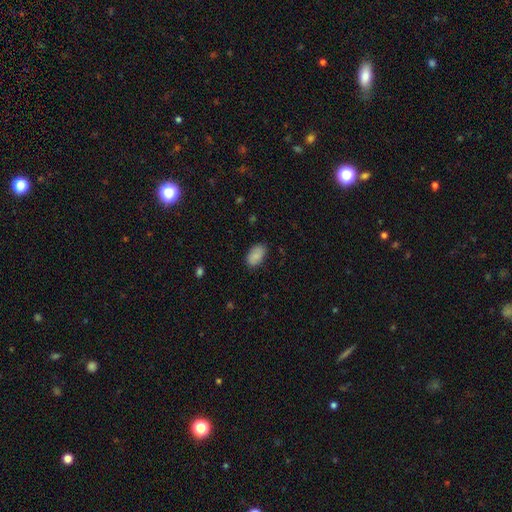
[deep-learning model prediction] A smooth galaxy with no disk features (87%) that is in between round and cigar-shaped (93%).

Vote fractions:
- Smooth or featured? smooth: 87% / star or artifact: 7% / featured or disk: 6%
- How rounded? in between: 93% / round: 5% / cigar-shaped: 2%
- Merging? none: 78% / minor disturbance: 17% / major disturbance: 3% / merger: 1%